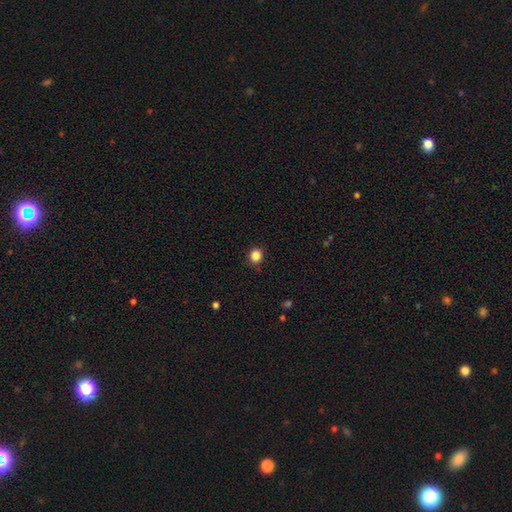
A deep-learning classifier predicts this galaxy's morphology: A smooth galaxy with no disk features (85%) that is round (79%). Merging: none (89%).